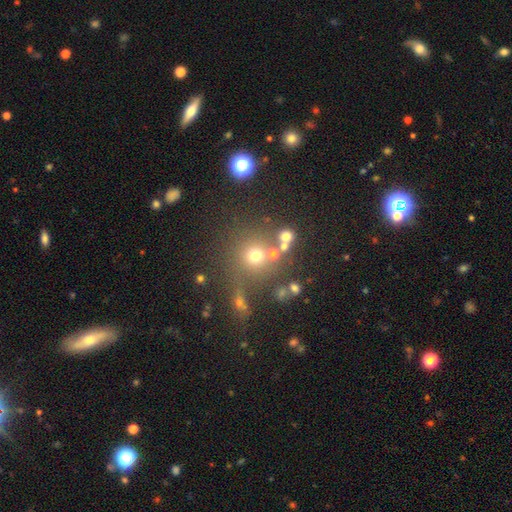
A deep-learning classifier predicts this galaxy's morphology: A smooth galaxy with no disk features (65%) that is round (90%). Merging: none (65%).